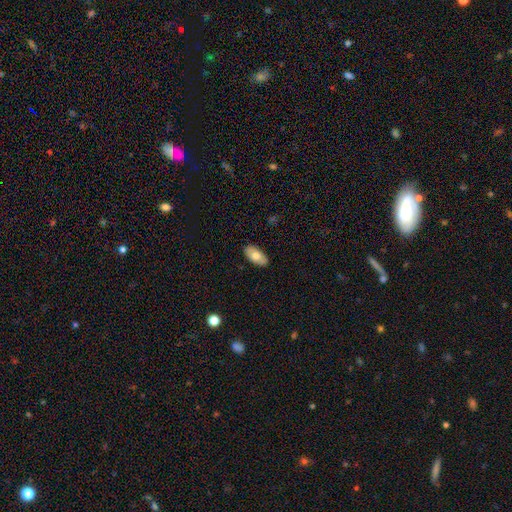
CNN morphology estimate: type=smooth (71%); roundness=in between (94%); merging=none (88%).